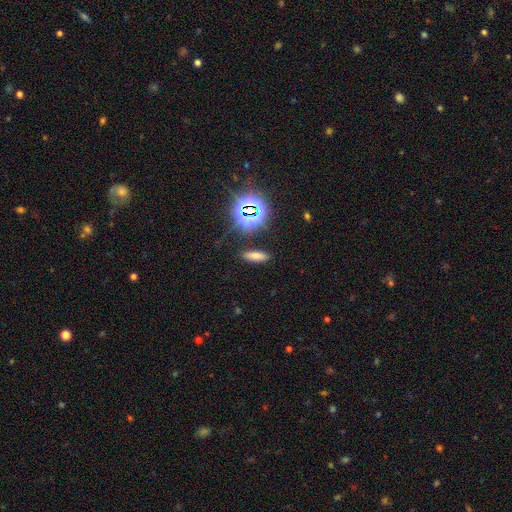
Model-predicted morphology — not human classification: Q: Smooth or featured?
A: smooth (63%); runner-up: star or artifact (24%)
Q: How rounded?
A: cigar-shaped (47%); tied with: in between (47%)
Q: Merging?
A: none (87%); runner-up: minor disturbance (8%)